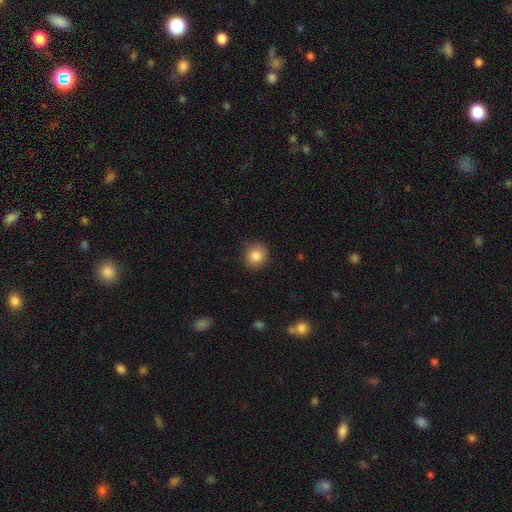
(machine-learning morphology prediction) Q: Smooth or featured?
A: smooth (85%); runner-up: star or artifact (9%)
Q: How rounded?
A: round (89%); runner-up: in between (10%)
Q: Merging?
A: none (88%); runner-up: minor disturbance (9%)